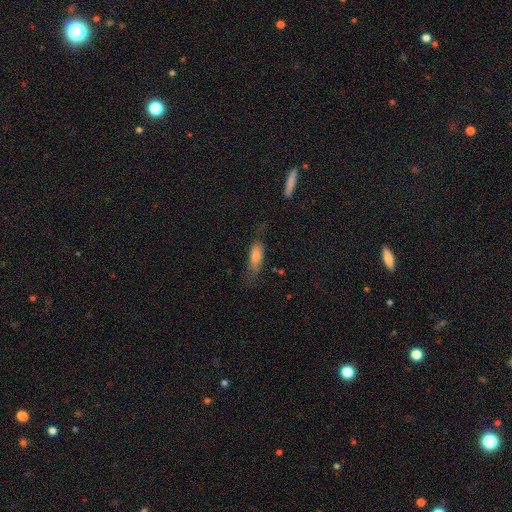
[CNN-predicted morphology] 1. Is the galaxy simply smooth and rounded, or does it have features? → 69% smooth, 23% featured or disk, 8% star or artifact.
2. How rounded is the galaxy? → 58% in between, 39% cigar-shaped, 3% round.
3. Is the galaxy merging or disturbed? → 58% none, 27% minor disturbance, 13% major disturbance, 2% merger.